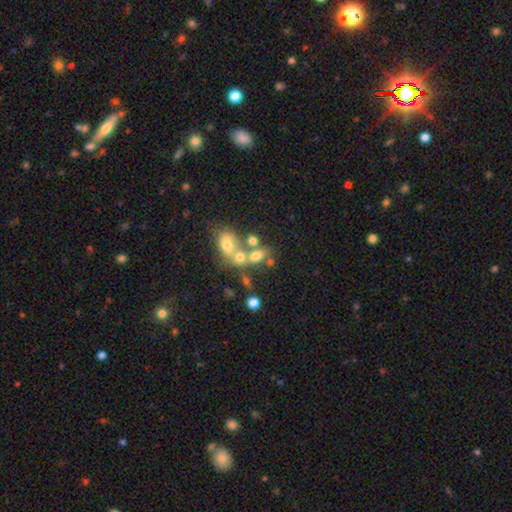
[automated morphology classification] The model was most divided on "merging": merger: 52%, none: 31%, minor disturbance: 10%, major disturbance: 8%. More confident: how rounded — in between (64%); smooth or featured — smooth (61%).